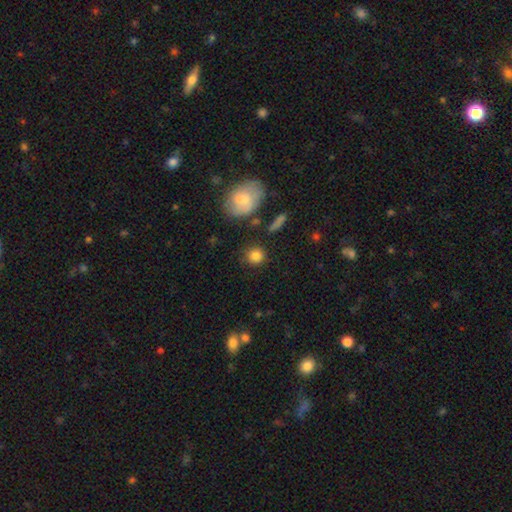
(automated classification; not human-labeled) Smooth or featured? Predicted: smooth (p=0.84). How rounded? Predicted: round (p=0.86). Merging? Predicted: none (p=0.83).